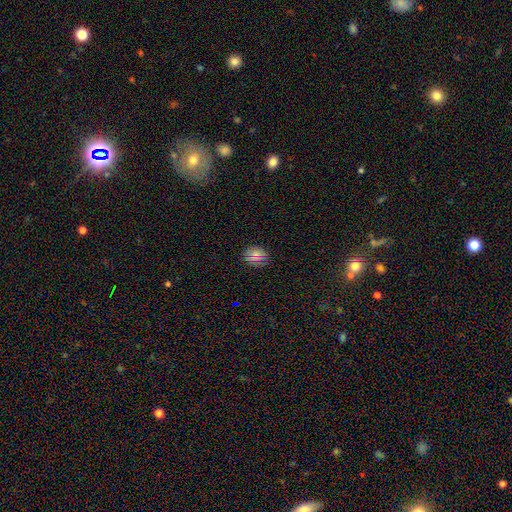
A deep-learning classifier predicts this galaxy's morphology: Q: Smooth or featured?
A: smooth (71%); runner-up: star or artifact (21%)
Q: How rounded?
A: round (66%); runner-up: in between (33%)
Q: Merging?
A: none (86%); runner-up: minor disturbance (10%)